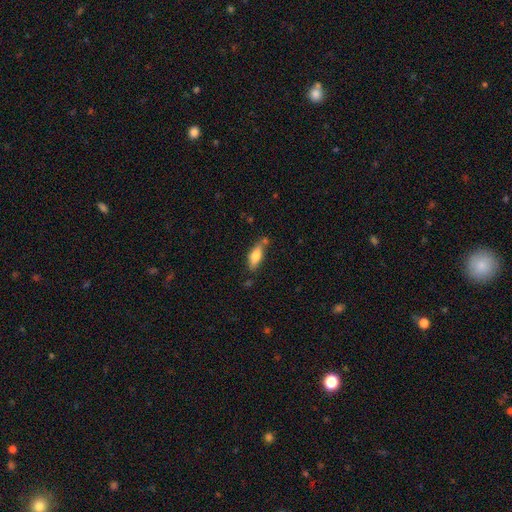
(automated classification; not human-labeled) The model was most divided on "how rounded": in between: 64%, cigar-shaped: 34%, round: 3%. More confident: smooth or featured — smooth (71%); merging — none (66%).